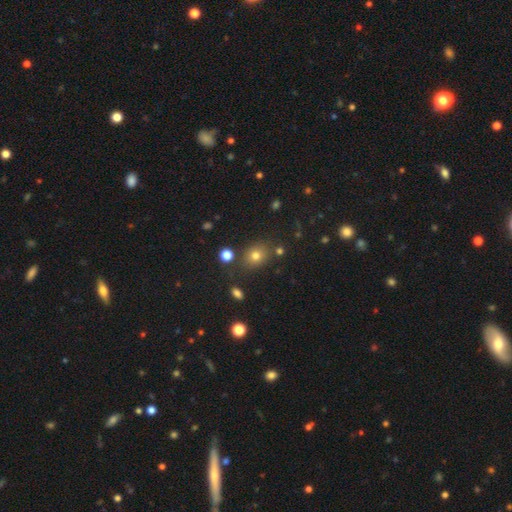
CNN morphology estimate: A smooth galaxy with no disk features (74%) that is round (60%). Merging: none (78%).